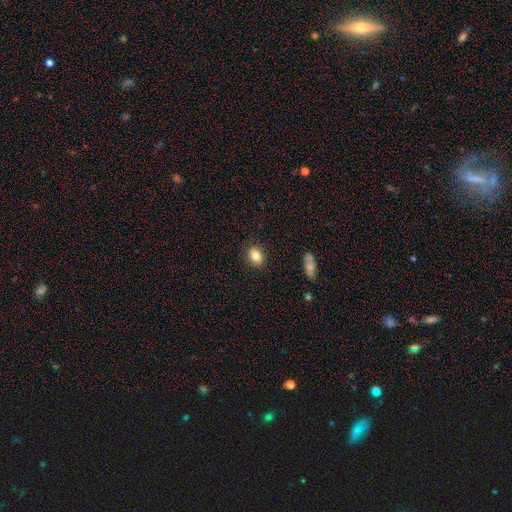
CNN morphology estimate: A smooth galaxy with no disk features (83%) that is in between round and cigar-shaped (64%). Merging: none (87%).